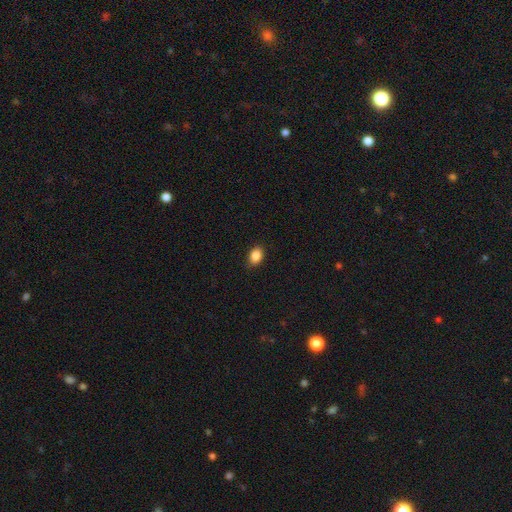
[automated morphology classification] Smooth or featured? smooth (87%)
How rounded? in between (74%)
Merging? none (86%)